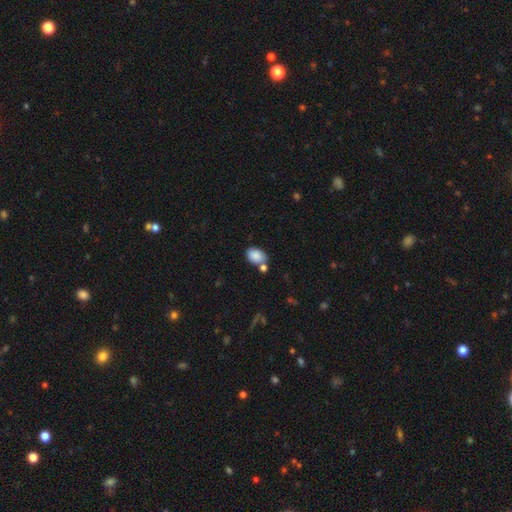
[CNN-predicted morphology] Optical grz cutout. It shows a smooth galaxy with no disk features (86%) that is in between round and cigar-shaped (76%). Merging: none (59%).